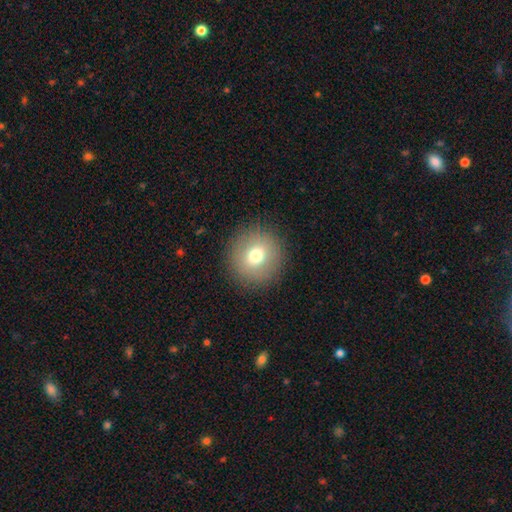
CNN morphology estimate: Smooth or featured? Predicted: smooth (p=0.72). How rounded? Predicted: round (p=0.94). Merging? Predicted: none (p=0.90).